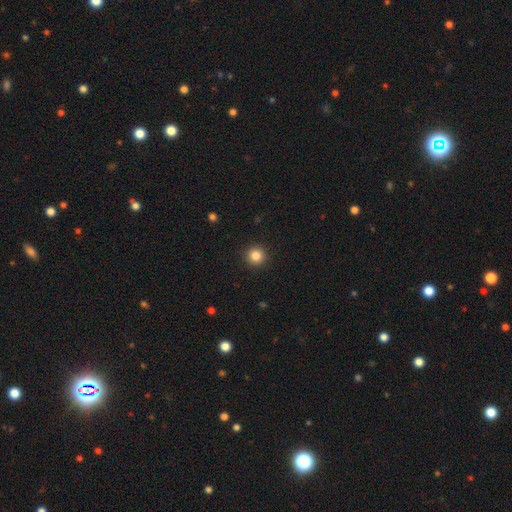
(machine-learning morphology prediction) Q: Smooth or featured?
A: smooth (84%); runner-up: star or artifact (11%)
Q: How rounded?
A: round (95%); runner-up: in between (4%)
Q: Merging?
A: none (93%); runner-up: minor disturbance (5%)